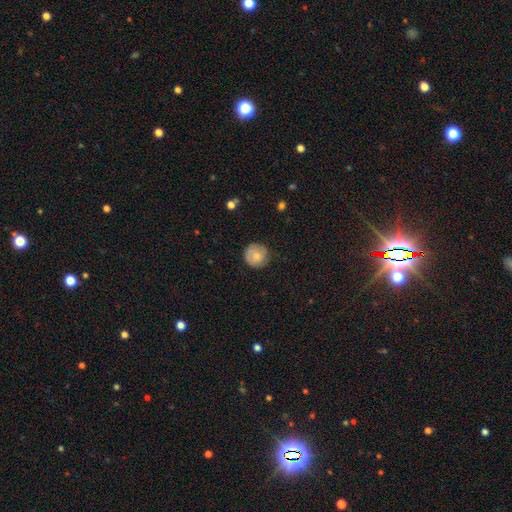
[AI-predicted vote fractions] smooth-or-featured: smooth: 75% | featured or disk: 18% | star or artifact: 8%
  how-rounded: round: 94% | in between: 5% | cigar-shaped: 1%
  merging: none: 81% | minor disturbance: 15% | major disturbance: 3% | merger: 1%